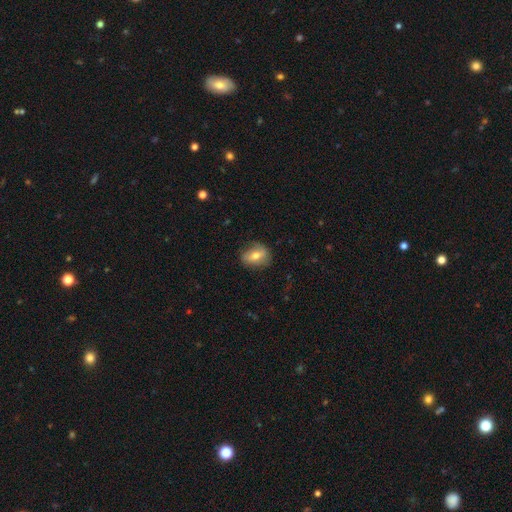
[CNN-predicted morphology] smooth_or_featured: smooth (p=0.61) [alt: featured or disk p=0.31]
how_rounded: in between (p=0.63) [alt: round p=0.35]
merging: none (p=0.74) [alt: minor disturbance p=0.20]